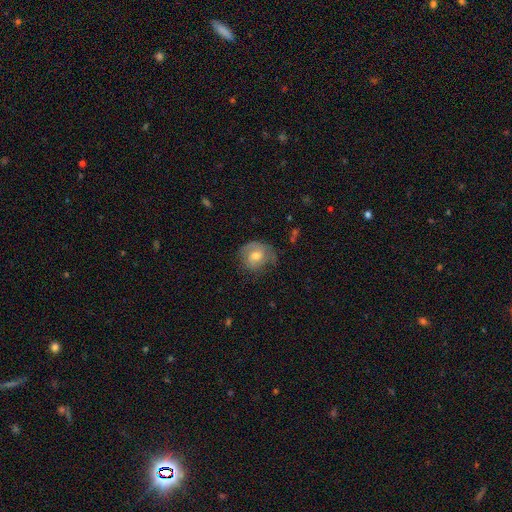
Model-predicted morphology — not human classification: Q: Smooth or featured?
A: smooth (52%); runner-up: featured or disk (40%)
Q: How rounded?
A: round (70%); runner-up: in between (29%)
Q: Merging?
A: none (59%); runner-up: minor disturbance (27%)